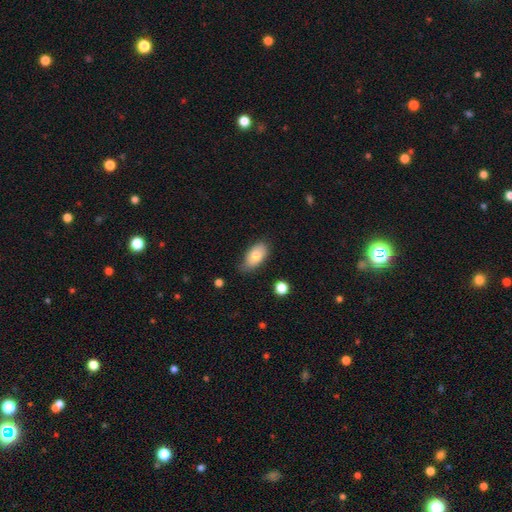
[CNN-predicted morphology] Overall: smooth (78%). How rounded: in between (93%). Merging: none (70%).